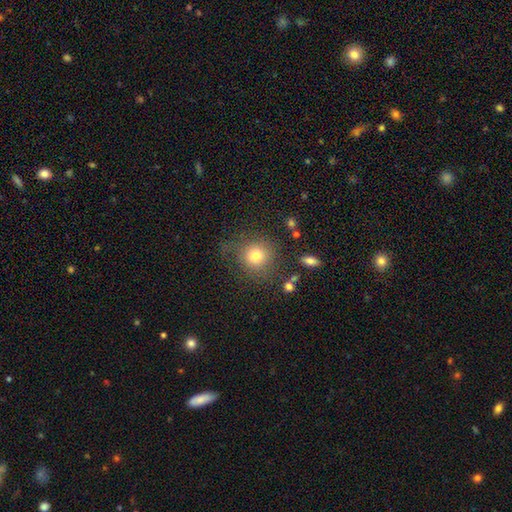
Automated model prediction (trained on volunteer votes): This appears to be a smooth galaxy with no disk features (78%) that is round (89%). Merging: none (73%).